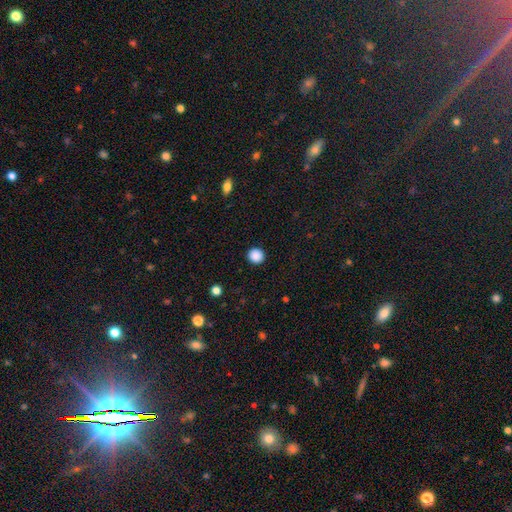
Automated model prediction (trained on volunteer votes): Smooth or featured?
  - smooth: 88% *
  - star or artifact: 9%
  - featured or disk: 3%
How rounded?
  - round: 88% *
  - in between: 11%
  - cigar-shaped: 1%
Merging?
  - none: 91% *
  - minor disturbance: 6%
  - major disturbance: 2%
  - merger: 1%